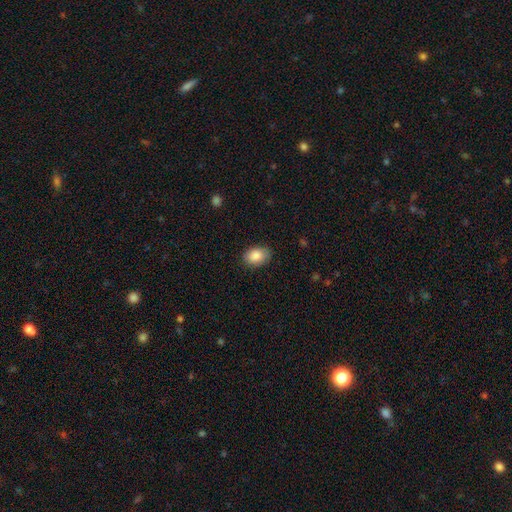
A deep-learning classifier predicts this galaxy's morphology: A smooth galaxy with no disk features (87%) that is in between round and cigar-shaped (82%). Merging: none (84%).